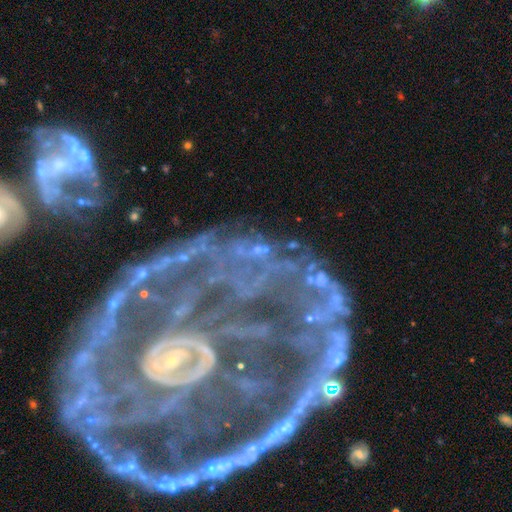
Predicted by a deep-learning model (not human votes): Morphology: type=featured or disk (75%); edge-on=no (94%); bar=no (48%); spiral arms=yes (85%); winding=tight (61%); arm count=can't tell (30%); bulge=small (57%); merging=none (48%).